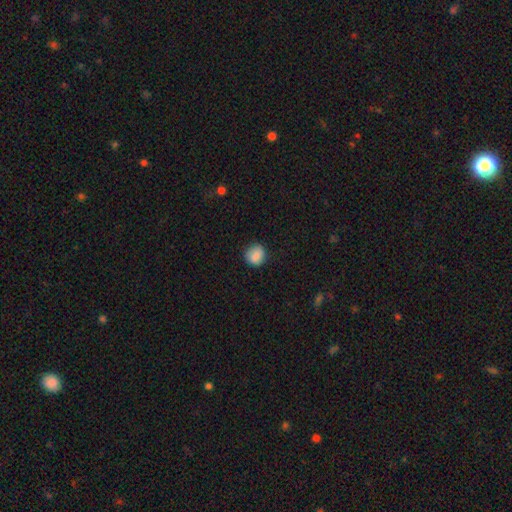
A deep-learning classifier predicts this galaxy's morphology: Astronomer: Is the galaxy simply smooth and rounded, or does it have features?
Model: smooth — 86%.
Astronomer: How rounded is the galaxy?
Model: round — 82%.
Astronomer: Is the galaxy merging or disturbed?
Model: none — 81%.